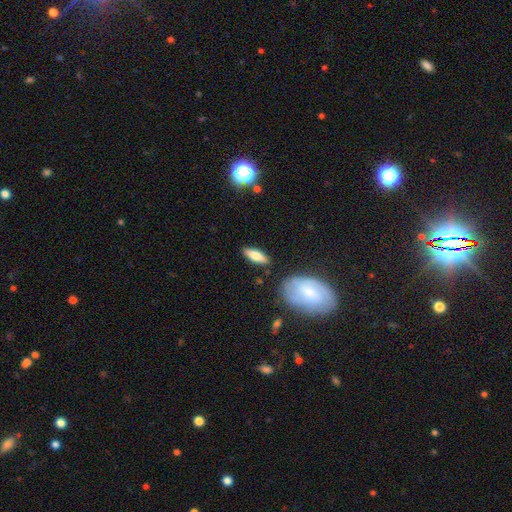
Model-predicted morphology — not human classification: The model was most divided on "how rounded": in between: 56%, cigar-shaped: 42%, round: 2%. More confident: merging — none (83%); smooth or featured — smooth (68%).